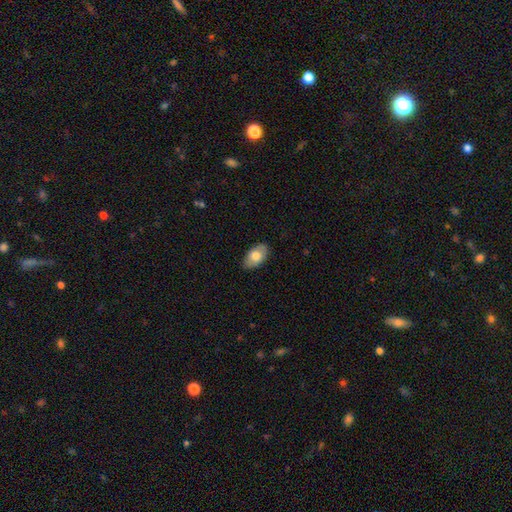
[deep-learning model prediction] The model was most divided on "smooth or featured": smooth: 73%, featured or disk: 21%, star or artifact: 6%. More confident: how rounded — in between (93%); merging — none (84%).